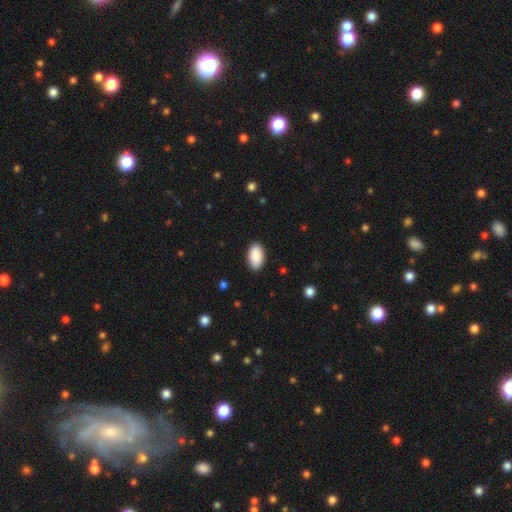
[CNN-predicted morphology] Smooth or featured? Predicted: smooth (p=0.91). How rounded? Predicted: in between (p=0.96). Merging? Predicted: none (p=0.89).